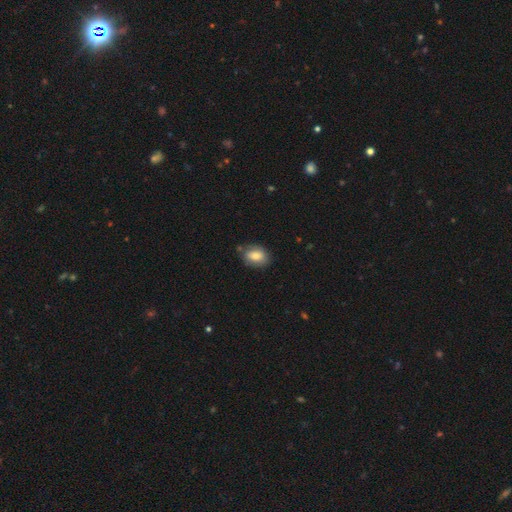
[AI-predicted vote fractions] Q: Smooth or featured?
A: smooth (77%); runner-up: featured or disk (16%)
Q: How rounded?
A: in between (80%); runner-up: round (18%)
Q: Merging?
A: none (73%); runner-up: minor disturbance (20%)